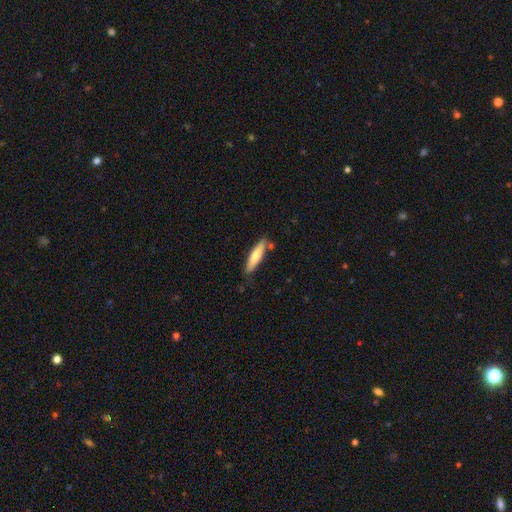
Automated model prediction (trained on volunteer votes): Q: Smooth or featured?
A: smooth (70%); runner-up: featured or disk (25%)
Q: How rounded?
A: cigar-shaped (76%); runner-up: in between (23%)
Q: Merging?
A: none (78%); runner-up: minor disturbance (14%)